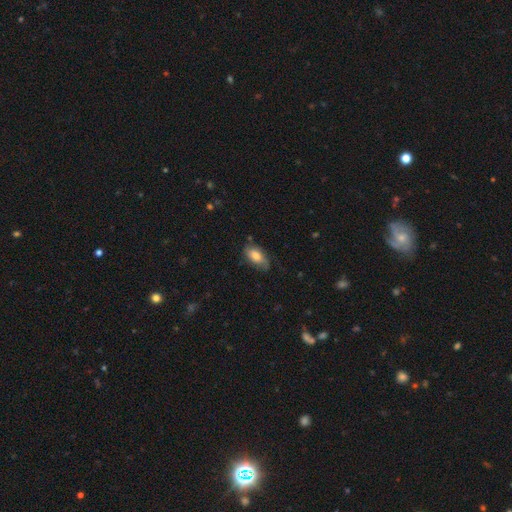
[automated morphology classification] type=smooth (68%); roundness=in between (91%); merging=none (64%).